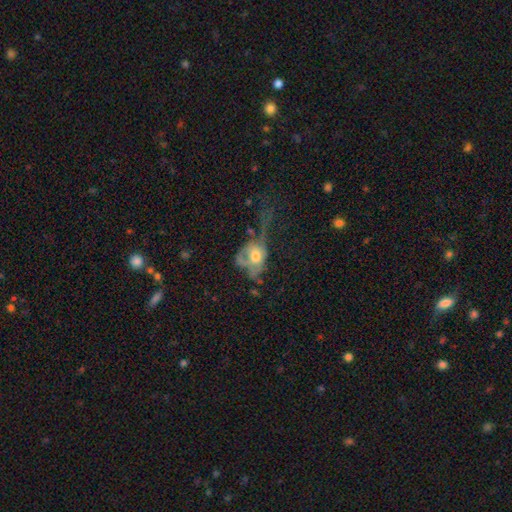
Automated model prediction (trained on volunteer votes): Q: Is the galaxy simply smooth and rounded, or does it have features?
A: smooth — 48%.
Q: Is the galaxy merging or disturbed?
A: major disturbance — 57%.